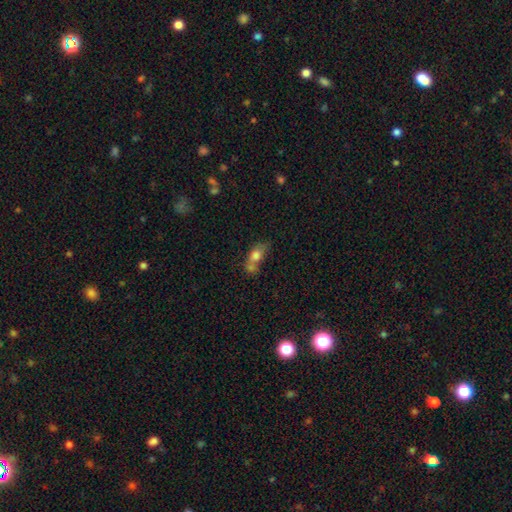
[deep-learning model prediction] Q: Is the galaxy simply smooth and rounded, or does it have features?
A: smooth — 70%.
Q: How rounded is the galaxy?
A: in between — 69%.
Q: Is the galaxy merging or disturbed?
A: merger — 45%.